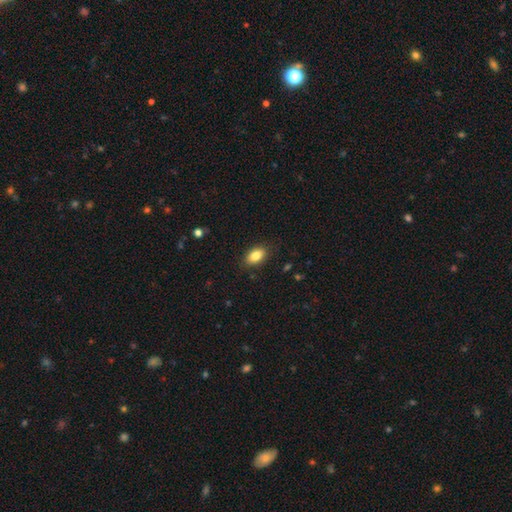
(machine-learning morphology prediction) Smooth or featured? smooth (85%)
How rounded? in between (90%)
Merging? none (87%)